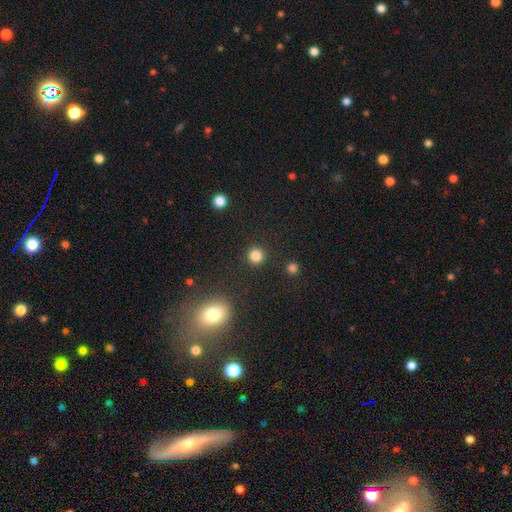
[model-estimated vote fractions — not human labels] This is clearly a smooth galaxy (84%). How rounded: clearly round (94%). Merging: clearly none (91%).